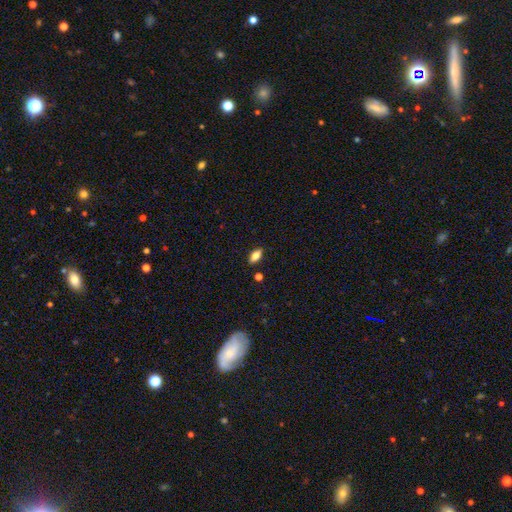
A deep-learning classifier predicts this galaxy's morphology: The model was most divided on "smooth or featured": smooth: 78%, featured or disk: 14%, star or artifact: 8%. More confident: merging — none (87%); how rounded — in between (85%).